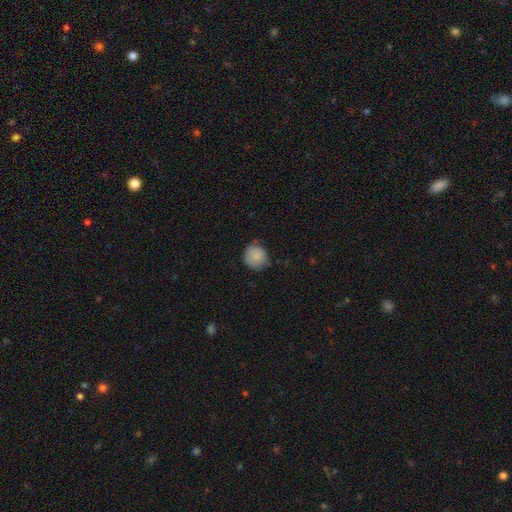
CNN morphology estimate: smooth_or_featured: smooth (p=0.85) [alt: star or artifact p=0.08]
how_rounded: round (p=0.89) [alt: in between p=0.11]
merging: none (p=0.72) [alt: minor disturbance p=0.23]